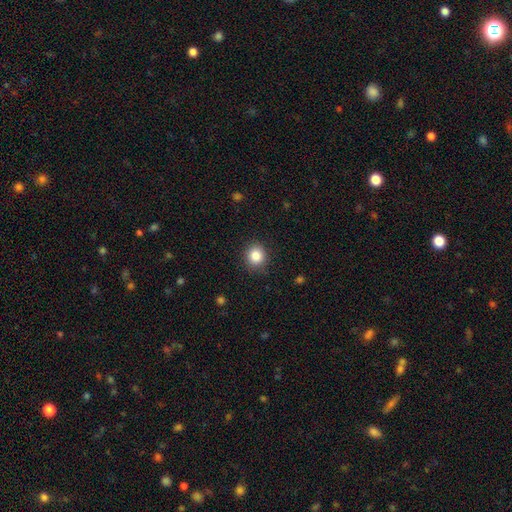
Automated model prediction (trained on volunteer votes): smooth 86%, star or artifact 10%, featured or disk 4%. Down the decision tree: how rounded — round (83%); merging — none (87%).